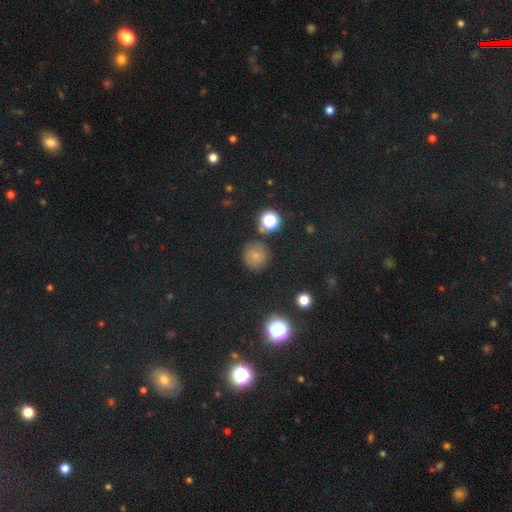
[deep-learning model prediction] Smooth or featured: smooth — 68% (star or artifact — 20%)
How rounded: round — 93% (in between — 6%)
Merging: none — 84% (minor disturbance — 10%)